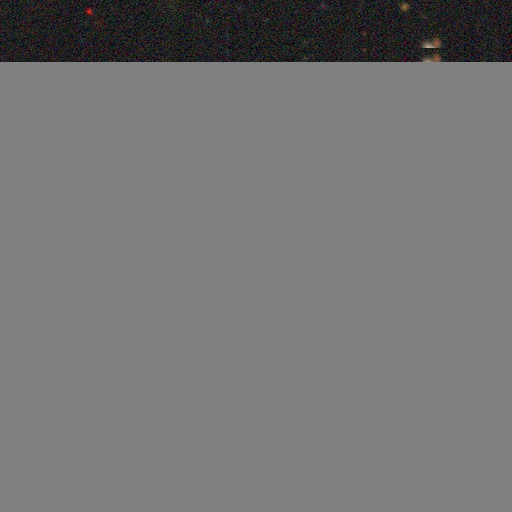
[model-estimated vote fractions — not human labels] smooth 88%, star or artifact 8%, featured or disk 4%. Down the decision tree: how rounded — in between (84%); merging — none (88%).